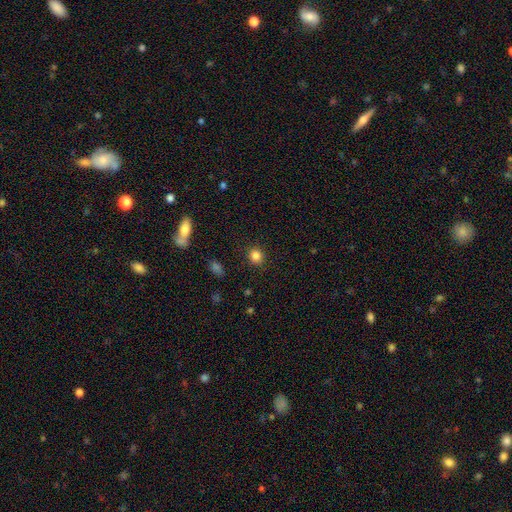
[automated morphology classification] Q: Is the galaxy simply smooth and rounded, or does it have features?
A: smooth — 84%.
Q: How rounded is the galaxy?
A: round — 81%.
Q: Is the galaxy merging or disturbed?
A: none — 89%.